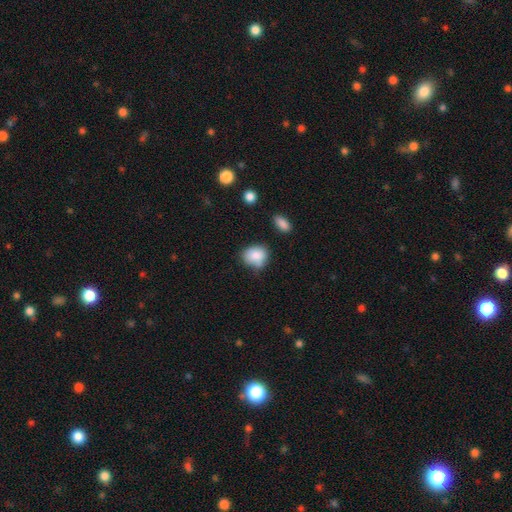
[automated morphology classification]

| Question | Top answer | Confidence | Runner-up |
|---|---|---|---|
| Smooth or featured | smooth | 85% | star or artifact (8%) |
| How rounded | round | 58% | in between (41%) |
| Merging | none | 57% | minor disturbance (29%) |